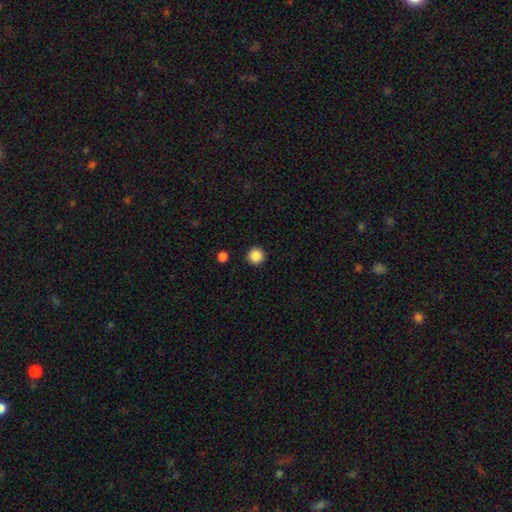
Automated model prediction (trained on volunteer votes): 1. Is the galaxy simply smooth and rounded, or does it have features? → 87% smooth, 10% star or artifact, 3% featured or disk.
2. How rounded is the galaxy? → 96% round, 3% in between, 1% cigar-shaped.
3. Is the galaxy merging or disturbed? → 93% none, 4% minor disturbance, 2% major disturbance, 2% merger.